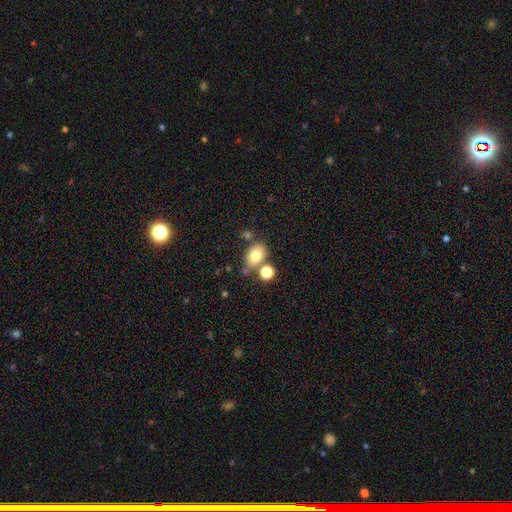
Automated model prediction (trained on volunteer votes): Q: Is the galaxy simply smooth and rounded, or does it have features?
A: smooth — 77%.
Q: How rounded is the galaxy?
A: in between — 75%.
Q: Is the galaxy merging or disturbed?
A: none — 65%.